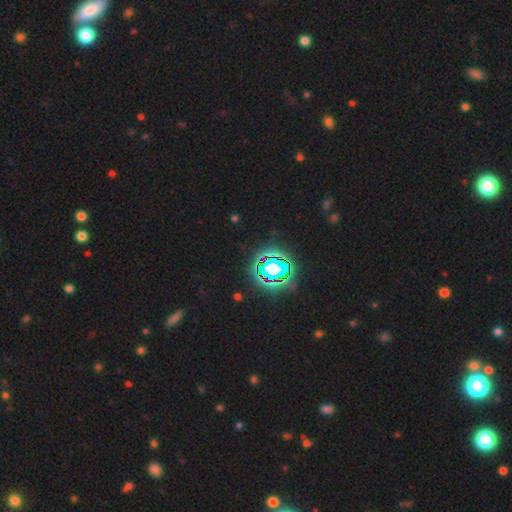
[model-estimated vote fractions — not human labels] The model was most divided on "smooth or featured": star or artifact: 79%, smooth: 13%, featured or disk: 8%.